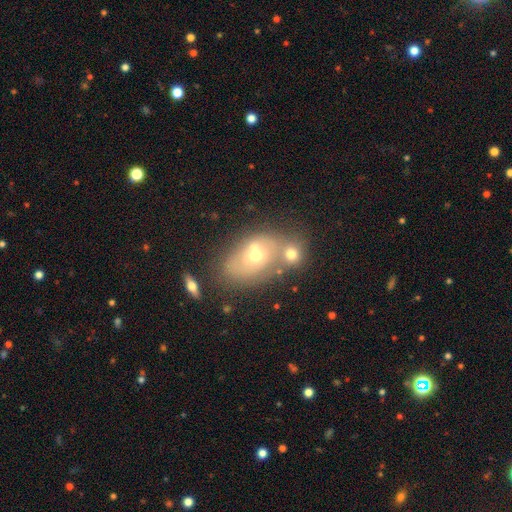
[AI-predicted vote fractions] Smooth or featured?
  - smooth: 45% *
  - featured or disk: 40%
  - star or artifact: 15%
Merging?
  - merger: 46% *
  - none: 36%
  - minor disturbance: 12%
  - major disturbance: 6%